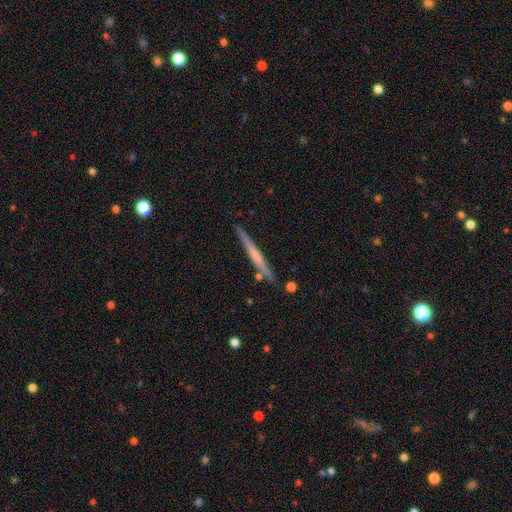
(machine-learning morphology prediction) The model was most divided on "smooth or featured": featured or disk: 54%, smooth: 41%, star or artifact: 5%. More confident: edge-on disk — yes (97%); merging — none (86%); edge-on bulge — none (64%).